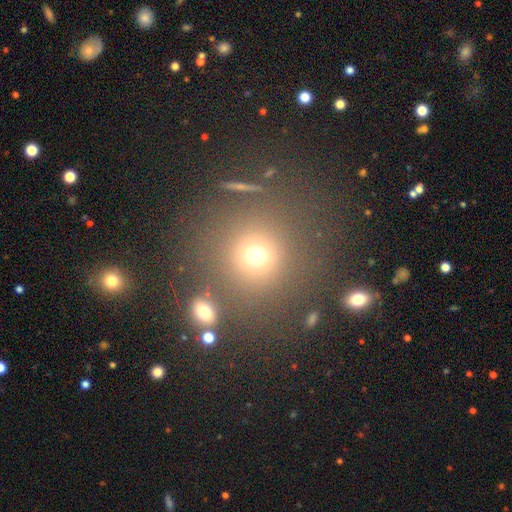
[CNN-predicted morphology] The model was most divided on "smooth or featured": smooth: 69%, star or artifact: 21%, featured or disk: 10%. More confident: how rounded — round (90%); merging — none (75%).